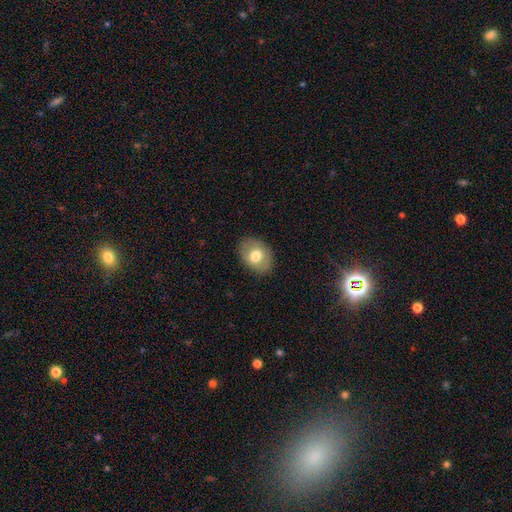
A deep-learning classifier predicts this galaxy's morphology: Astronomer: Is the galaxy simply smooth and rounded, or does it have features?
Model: smooth — 71%.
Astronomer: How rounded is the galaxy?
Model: in between — 73%.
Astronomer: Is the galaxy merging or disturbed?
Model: none — 86%.